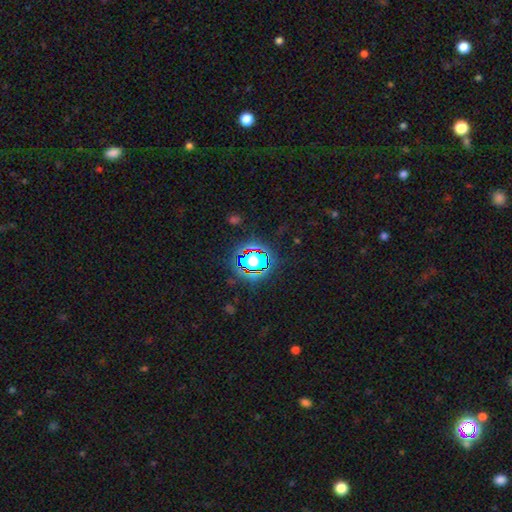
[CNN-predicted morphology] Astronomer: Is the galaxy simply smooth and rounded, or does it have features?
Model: star or artifact — 80%.